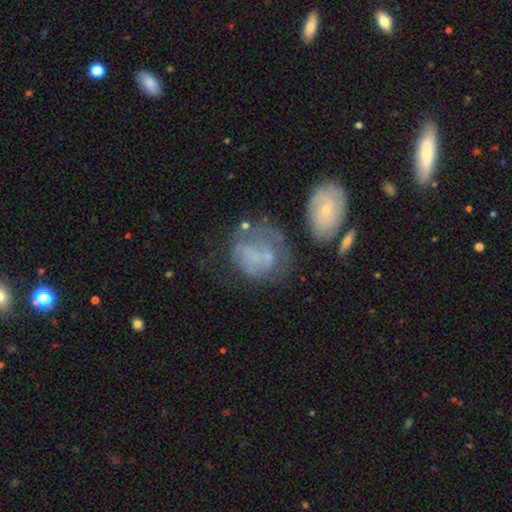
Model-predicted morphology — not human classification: smooth_or_featured: featured or disk (p=0.50) [alt: smooth p=0.38]
disk_edge_on: no (p=0.97) [alt: yes p=0.03]
merging: none (p=0.37) [alt: major disturbance p=0.27]